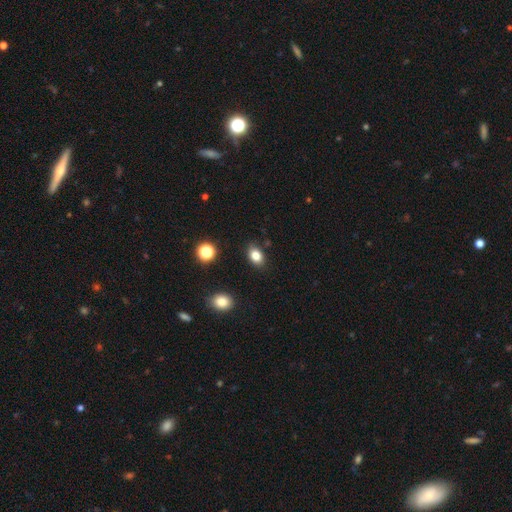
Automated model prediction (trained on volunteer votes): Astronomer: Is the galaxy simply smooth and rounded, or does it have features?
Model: smooth — 82%.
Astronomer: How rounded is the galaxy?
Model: in between — 79%.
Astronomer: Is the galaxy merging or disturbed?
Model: none — 85%.